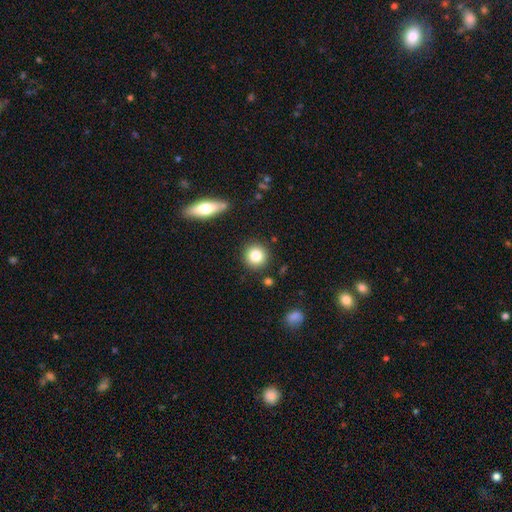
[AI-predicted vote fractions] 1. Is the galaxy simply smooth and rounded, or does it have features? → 83% smooth, 10% star or artifact, 7% featured or disk.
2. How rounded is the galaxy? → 92% round, 7% in between, 1% cigar-shaped.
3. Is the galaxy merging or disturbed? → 89% none, 7% minor disturbance, 3% merger, 2% major disturbance.